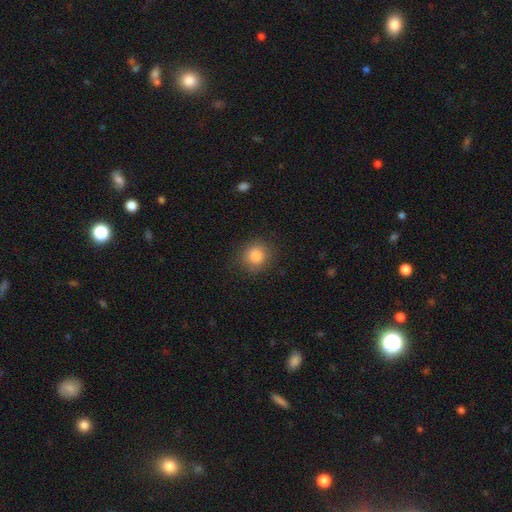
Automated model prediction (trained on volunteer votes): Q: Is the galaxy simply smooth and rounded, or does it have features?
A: smooth — 85%.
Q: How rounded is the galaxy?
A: round — 84%.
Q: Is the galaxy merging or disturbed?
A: none — 83%.